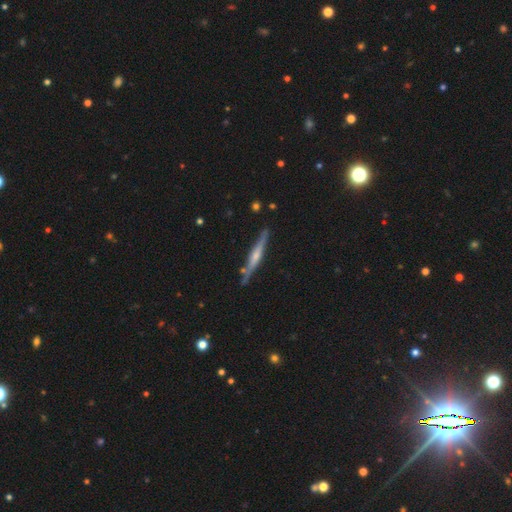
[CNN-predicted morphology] A featured or disk galaxy (68%) viewed edge-on (97%) with a rounded central bulge (64%).

Vote fractions:
- Smooth or featured? featured or disk: 68% / smooth: 26% / star or artifact: 6%
- Edge-on disk? yes: 97% / no: 3%
- Edge-on bulge? rounded: 64% / none: 22% / boxy: 14%
- Merging? none: 83% / minor disturbance: 11% / merger: 4% / major disturbance: 2%